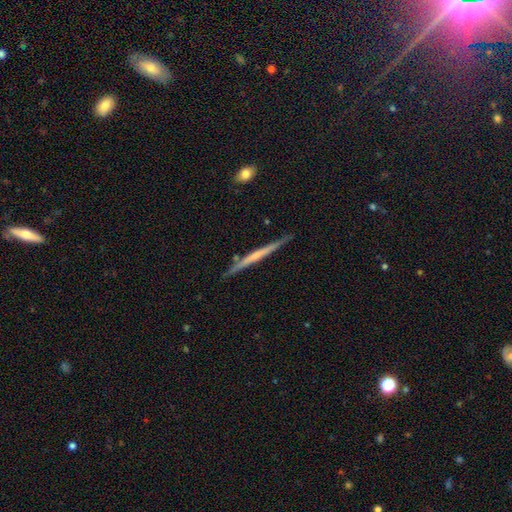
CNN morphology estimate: Q: Smooth or featured?
A: featured or disk (67%); runner-up: smooth (28%)
Q: Edge-on disk?
A: yes (98%); runner-up: no (2%)
Q: Edge-on bulge?
A: none (62%); runner-up: rounded (31%)
Q: Merging?
A: none (86%); runner-up: minor disturbance (10%)